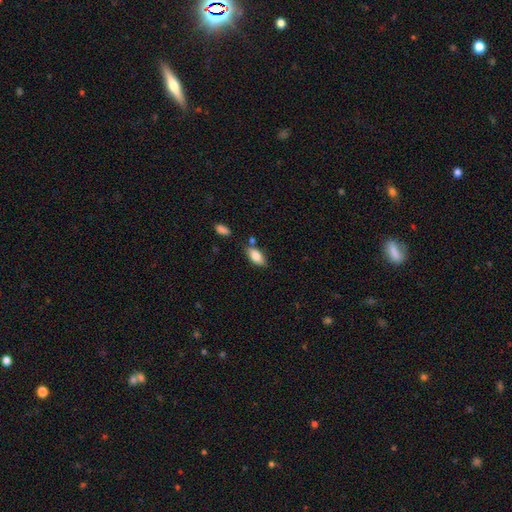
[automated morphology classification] Overall: smooth (82%). How rounded: in between (88%). Merging: none (74%).